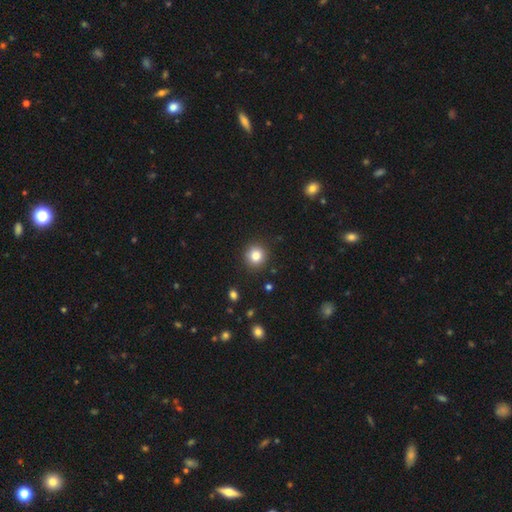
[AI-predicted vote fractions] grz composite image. It shows a smooth galaxy with no disk features (84%) that is round (90%). Merging: none (90%).